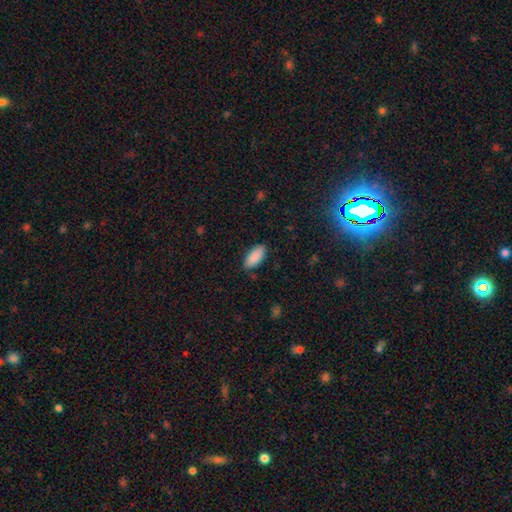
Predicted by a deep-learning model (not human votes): smooth 90%, star or artifact 6%, featured or disk 4%. Down the decision tree: how rounded — in between (90%); merging — none (87%).